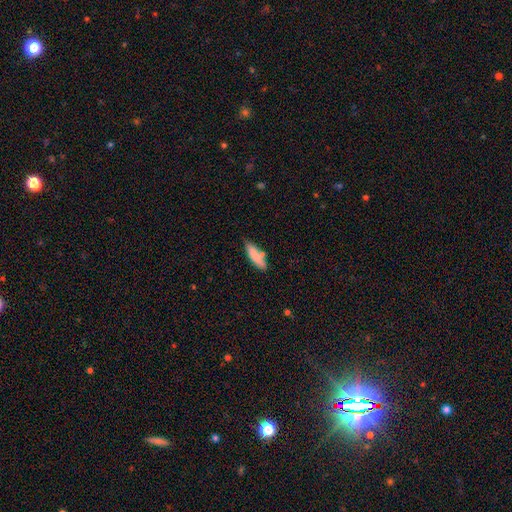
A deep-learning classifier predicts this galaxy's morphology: smooth-or-featured: smooth: 82% | featured or disk: 11% | star or artifact: 7%
  how-rounded: cigar-shaped: 58% | in between: 40% | round: 2%
  merging: none: 67% | minor disturbance: 20% | merger: 9% | major disturbance: 4%